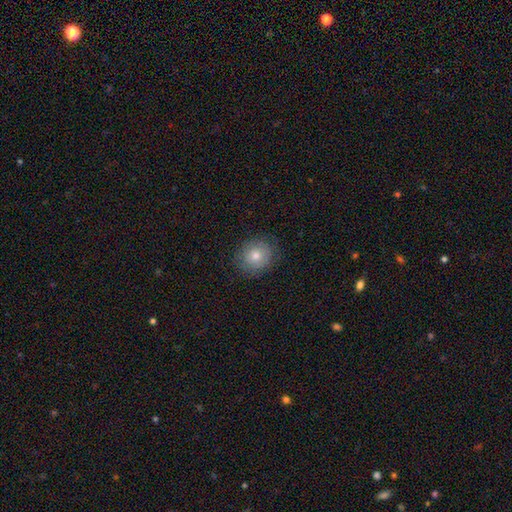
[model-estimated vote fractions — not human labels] smooth-or-featured: smooth: 74% | featured or disk: 15% | star or artifact: 11%
  how-rounded: round: 80% | in between: 19% | cigar-shaped: 1%
  merging: none: 85% | minor disturbance: 11% | major disturbance: 3% | merger: 1%